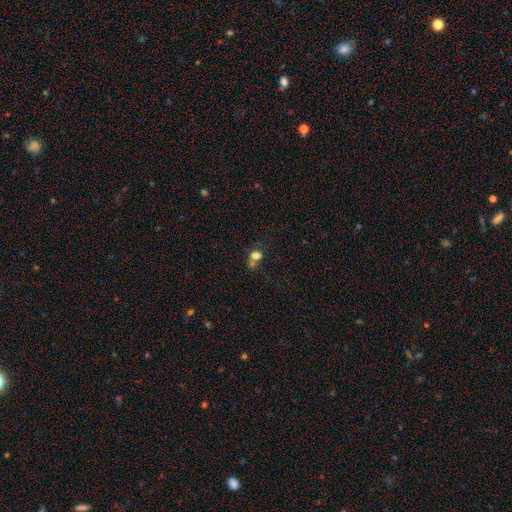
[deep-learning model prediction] smooth 71%, star or artifact 15%, featured or disk 13%. Down the decision tree: how rounded — round (61%); merging — merger (47%).